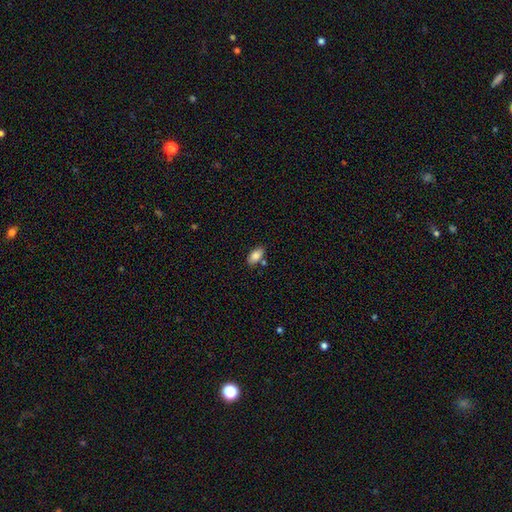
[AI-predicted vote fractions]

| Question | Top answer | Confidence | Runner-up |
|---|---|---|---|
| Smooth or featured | smooth | 84% | featured or disk (8%) |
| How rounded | in between | 92% | cigar-shaped (4%) |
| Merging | none | 74% | minor disturbance (14%) |